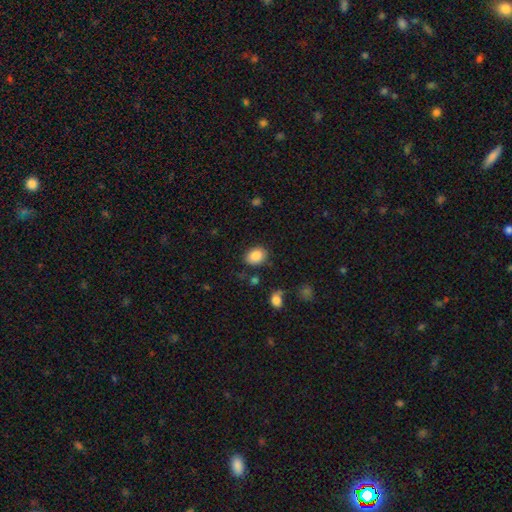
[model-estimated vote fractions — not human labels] A smooth galaxy with no disk features (87%) that is in between round and cigar-shaped (64%). Merging: none (81%).